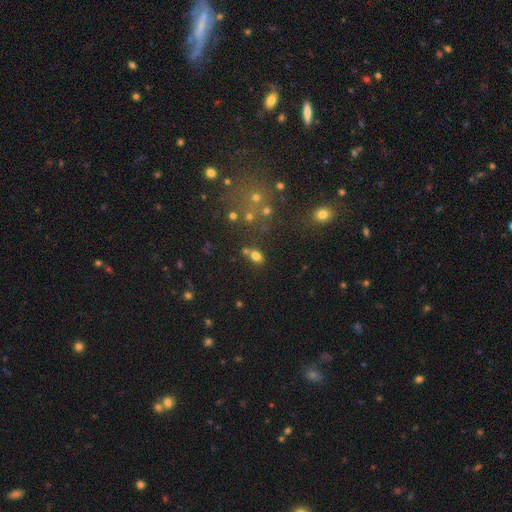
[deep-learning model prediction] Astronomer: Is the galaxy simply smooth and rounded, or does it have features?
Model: smooth — 76%.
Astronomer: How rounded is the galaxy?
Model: in between — 71%.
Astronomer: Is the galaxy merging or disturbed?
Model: none — 66%.